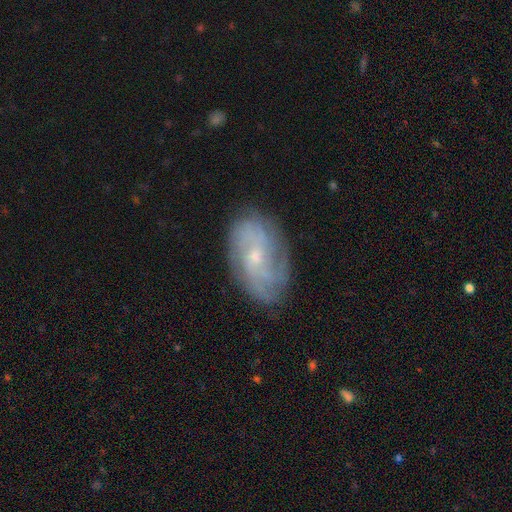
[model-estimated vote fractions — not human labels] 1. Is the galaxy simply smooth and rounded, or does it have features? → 76% featured or disk, 16% smooth, 8% star or artifact.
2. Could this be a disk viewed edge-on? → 96% no, 4% yes.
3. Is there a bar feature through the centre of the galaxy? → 65% no, 30% weak, 5% strong.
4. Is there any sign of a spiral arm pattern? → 91% yes, 9% no.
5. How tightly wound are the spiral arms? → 51% tight, 35% medium, 14% loose.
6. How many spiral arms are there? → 43% can't tell, 16% 2, 15% 3, 14% 4, 7% more than 4, 6% 1.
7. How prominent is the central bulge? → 64% small, 32% moderate, 3% none, 1% large, 1% dominant.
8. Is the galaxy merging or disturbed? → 78% none, 16% minor disturbance, 5% major disturbance, 1% merger.